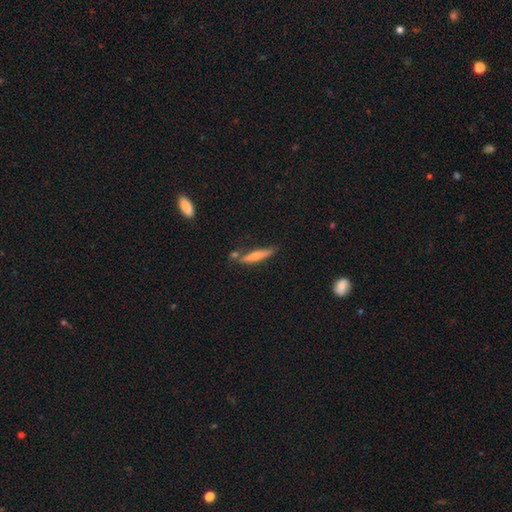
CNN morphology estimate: A smooth galaxy with no disk features (62%) that is cigar-shaped (88%). Merging: none (72%).